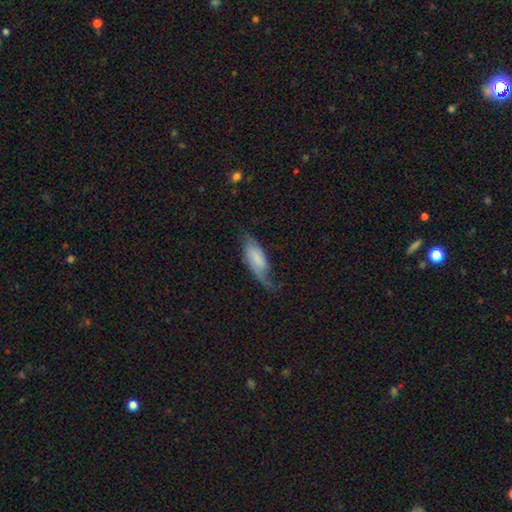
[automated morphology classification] A featured or disk galaxy (51%).

Vote fractions:
- Smooth or featured? featured or disk: 51% / smooth: 42% / star or artifact: 8%
- Edge-on disk? no: 82% / yes: 18%
- Merging? none: 49% / minor disturbance: 30% / major disturbance: 19% / merger: 2%